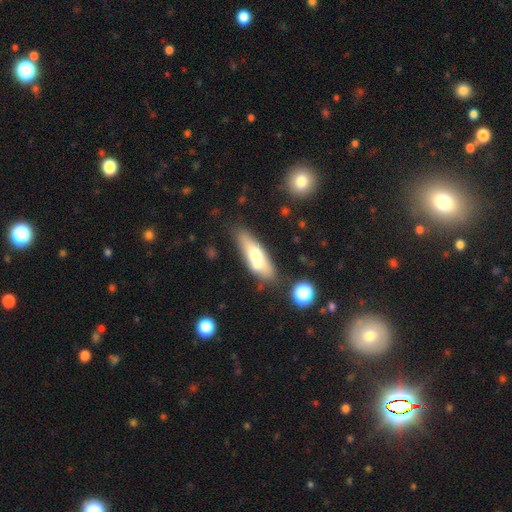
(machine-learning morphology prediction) Overall: smooth (58%; featured or disk 35%). How rounded: in between (49%, tied with cigar-shaped). Merging: none (61%).